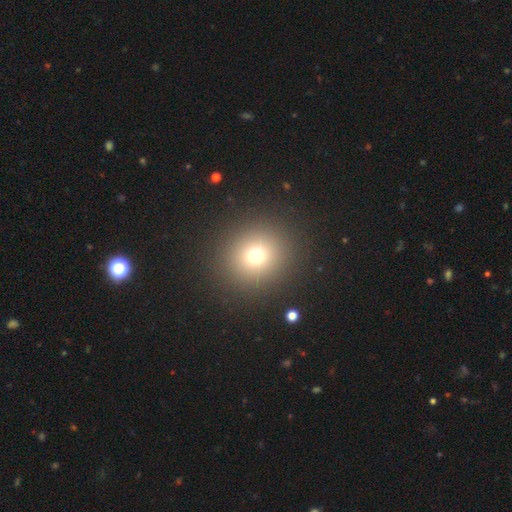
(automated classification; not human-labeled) Overall: smooth (72%). How rounded: round (90%). Merging: none (90%).